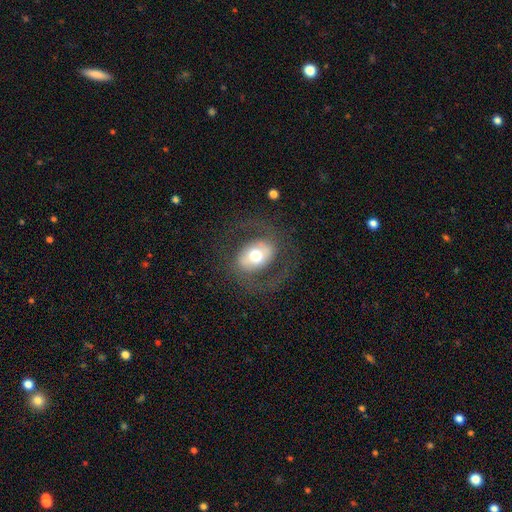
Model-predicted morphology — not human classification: Q: Smooth or featured?
A: featured or disk (52%); runner-up: smooth (40%)
Q: Edge-on disk?
A: no (93%); runner-up: yes (7%)
Q: Merging?
A: none (71%); runner-up: major disturbance (15%)